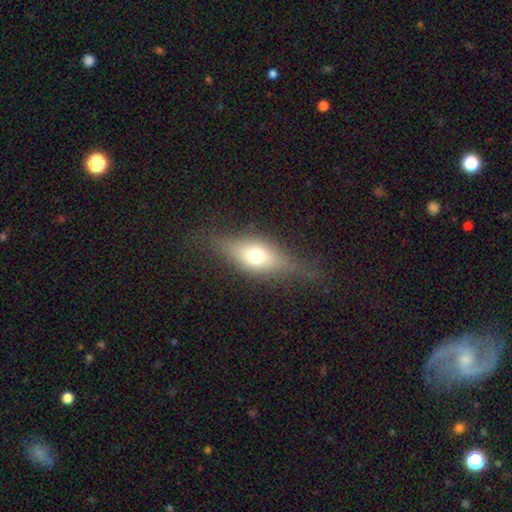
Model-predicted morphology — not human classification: This appears to be a smooth galaxy with no disk features (53%) that is in between round and cigar-shaped (65%). Merging: none (69%).